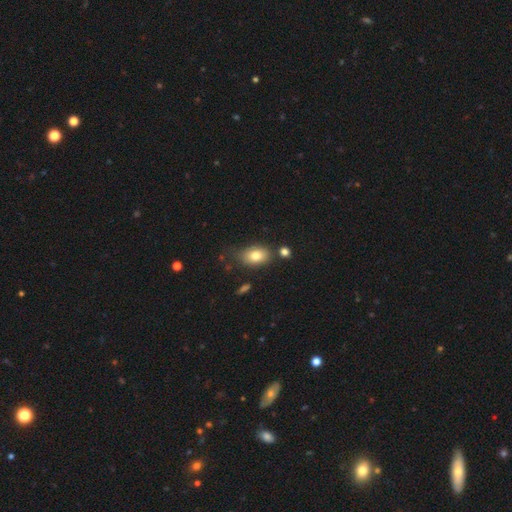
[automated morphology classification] smooth_or_featured: smooth (p=0.80) [alt: featured or disk p=0.12]
how_rounded: in between (p=0.83) [alt: round p=0.15]
merging: none (p=0.66) [alt: minor disturbance p=0.21]